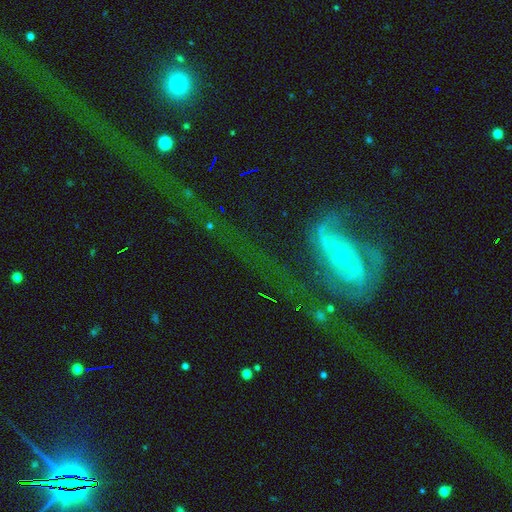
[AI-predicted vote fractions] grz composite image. It shows a featured or disk galaxy (72%) with no bar (40%), spiral arms (74%) and a small central bulge (59%). Merging: major disturbance (49%).